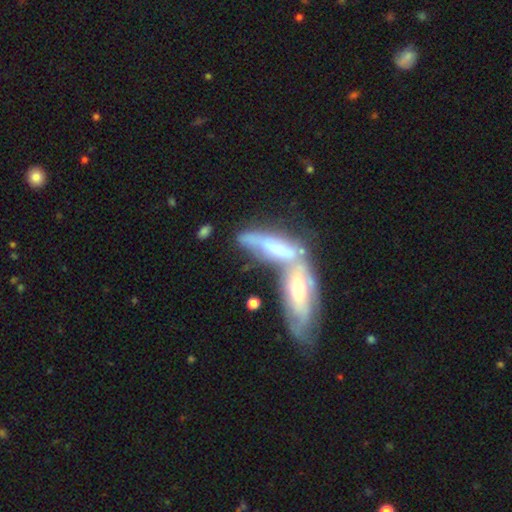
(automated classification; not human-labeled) Smooth or featured? Predicted: featured or disk (p=0.57). Edge-on disk? Predicted: no (p=0.64). Merging? Predicted: merger (p=0.68).